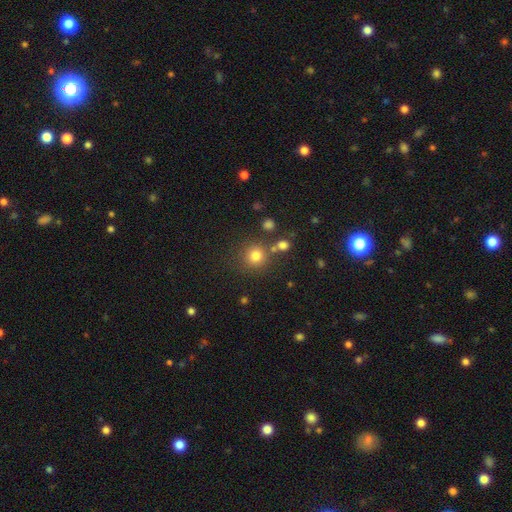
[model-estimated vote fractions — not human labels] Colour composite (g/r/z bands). It shows a smooth galaxy with no disk features (79%) that is round (92%). Merging: none (77%).